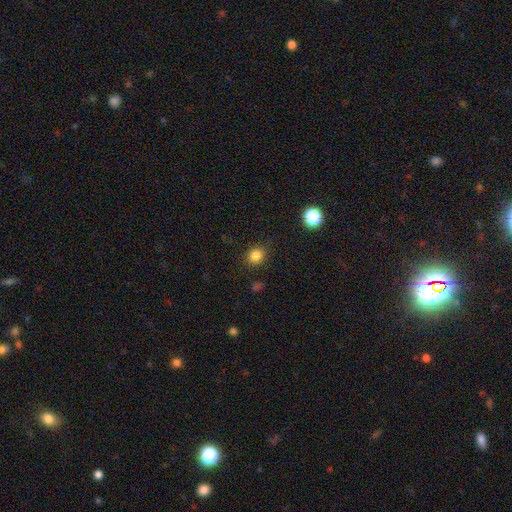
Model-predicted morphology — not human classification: A smooth galaxy with no disk features (82%) that is round (79%). Merging: none (86%).